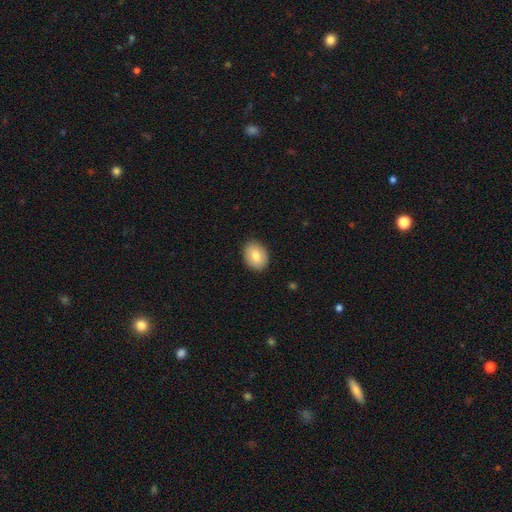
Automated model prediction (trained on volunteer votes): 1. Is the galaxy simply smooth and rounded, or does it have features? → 80% smooth, 13% featured or disk, 7% star or artifact.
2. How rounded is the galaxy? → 62% in between, 37% round, 1% cigar-shaped.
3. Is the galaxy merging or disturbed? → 89% none, 9% minor disturbance, 2% major disturbance, 1% merger.